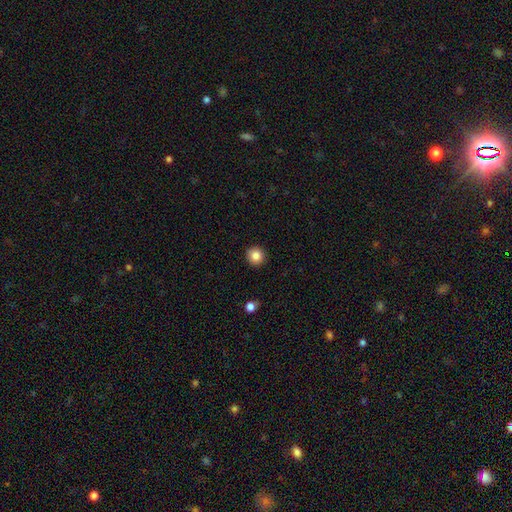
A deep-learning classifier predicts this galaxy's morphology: type=smooth (85%); roundness=round (94%); merging=none (93%).